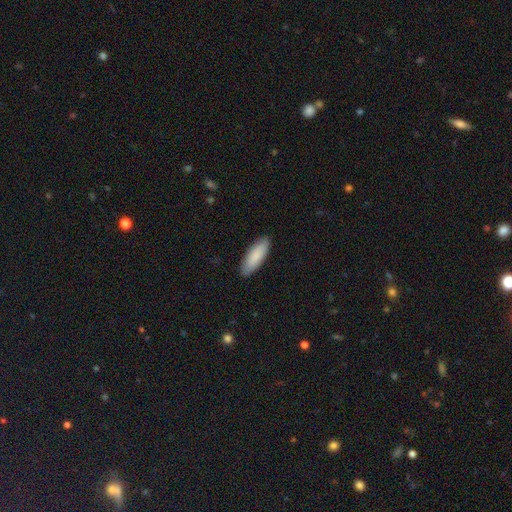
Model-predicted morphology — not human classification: A smooth galaxy with no disk features (87%) that is in between round and cigar-shaped (62%). Merging: none (89%).